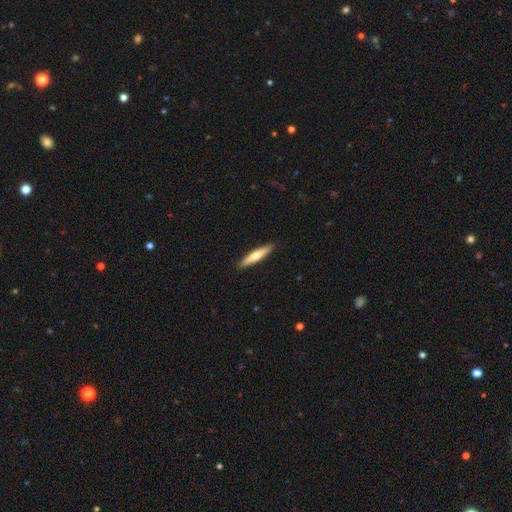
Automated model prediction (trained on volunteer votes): This is possibly a smooth galaxy (59%). How rounded: clearly cigar-shaped (88%). Merging: clearly none (91%).